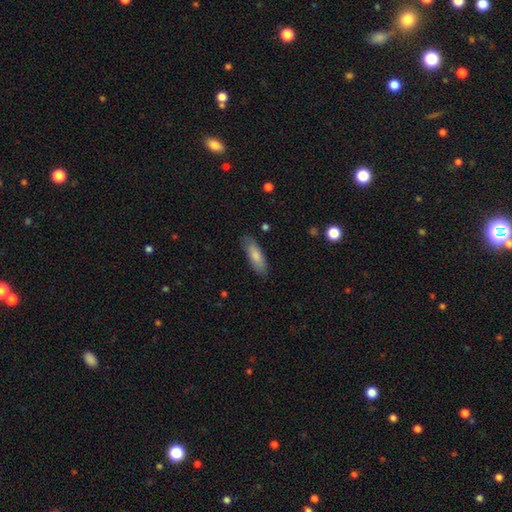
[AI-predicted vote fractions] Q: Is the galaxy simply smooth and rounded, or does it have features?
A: smooth — 80%.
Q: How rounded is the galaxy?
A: in between — 57%.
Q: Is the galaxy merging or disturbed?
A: none — 82%.